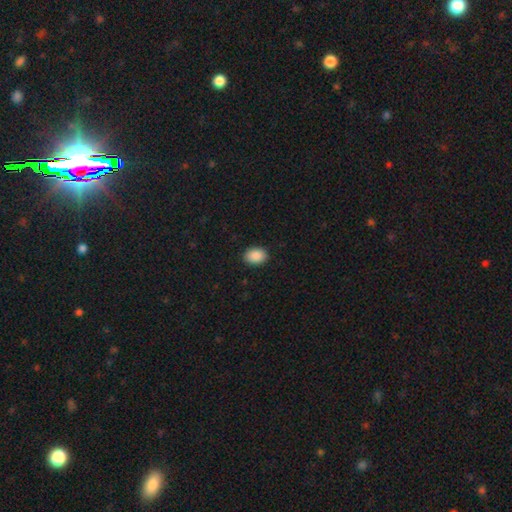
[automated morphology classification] Overall: smooth (90%). How rounded: in between (78%). Merging: none (90%).